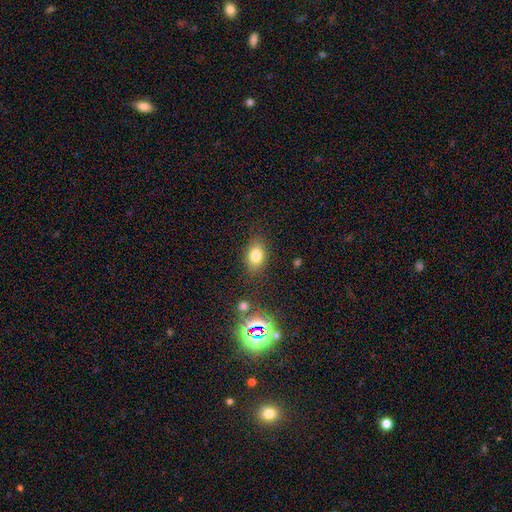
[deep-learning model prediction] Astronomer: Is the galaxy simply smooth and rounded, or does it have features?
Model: smooth — 78%.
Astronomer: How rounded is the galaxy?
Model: in between — 78%.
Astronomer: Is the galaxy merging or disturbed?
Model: none — 82%.